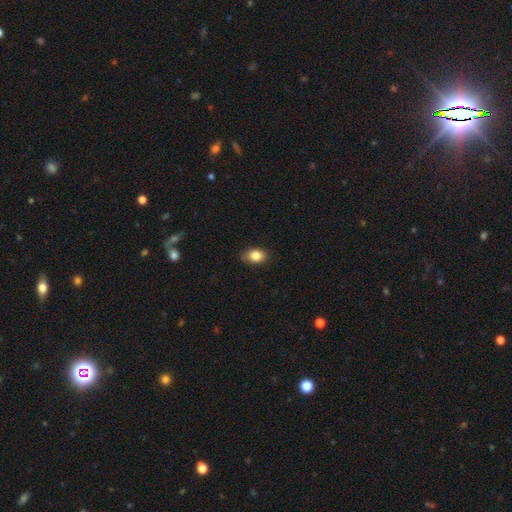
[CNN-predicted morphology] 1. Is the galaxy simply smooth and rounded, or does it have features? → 84% smooth, 9% star or artifact, 7% featured or disk.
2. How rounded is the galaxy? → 77% in between, 21% round, 1% cigar-shaped.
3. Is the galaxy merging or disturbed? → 82% none, 15% minor disturbance, 3% major disturbance, 1% merger.